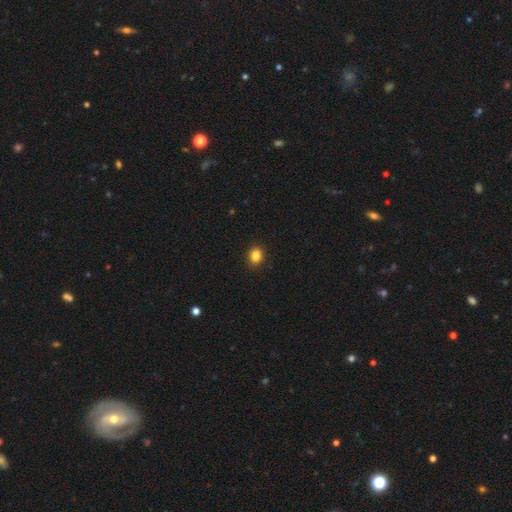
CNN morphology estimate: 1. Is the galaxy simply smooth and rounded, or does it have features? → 85% smooth, 11% star or artifact, 4% featured or disk.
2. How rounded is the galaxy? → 67% round, 32% in between, 1% cigar-shaped.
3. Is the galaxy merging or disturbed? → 91% none, 6% minor disturbance, 2% major disturbance, 1% merger.